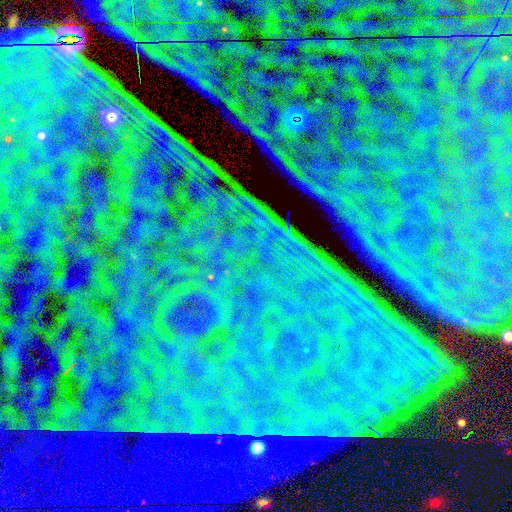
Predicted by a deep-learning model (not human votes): Q: Smooth or featured?
A: star or artifact (87%); runner-up: featured or disk (7%)